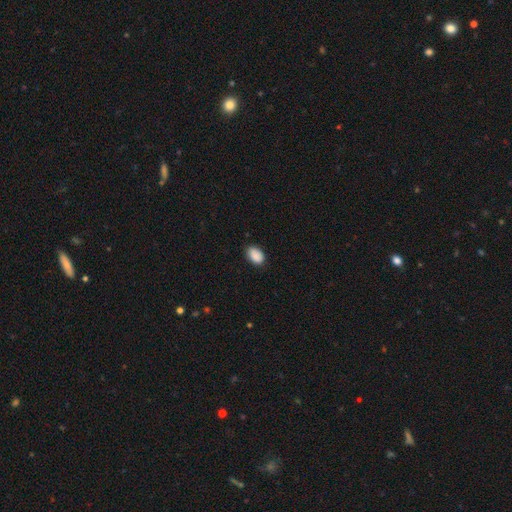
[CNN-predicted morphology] Q: Smooth or featured?
A: smooth (90%); runner-up: star or artifact (7%)
Q: How rounded?
A: in between (89%); runner-up: round (10%)
Q: Merging?
A: none (83%); runner-up: minor disturbance (14%)